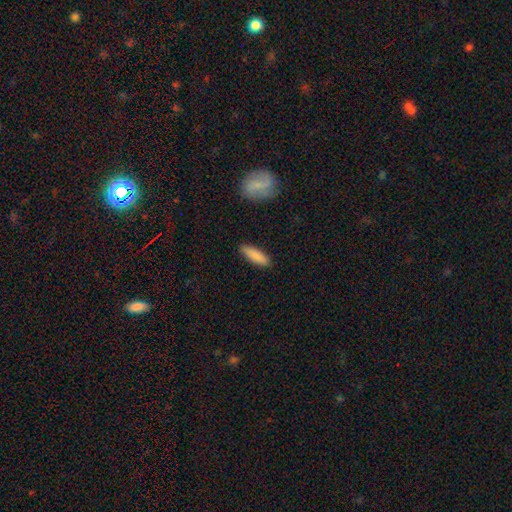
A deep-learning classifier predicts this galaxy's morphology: smooth_or_featured: smooth (p=0.86) [alt: featured or disk p=0.08]
how_rounded: cigar-shaped (p=0.57) [alt: in between p=0.41]
merging: none (p=0.87) [alt: minor disturbance p=0.09]